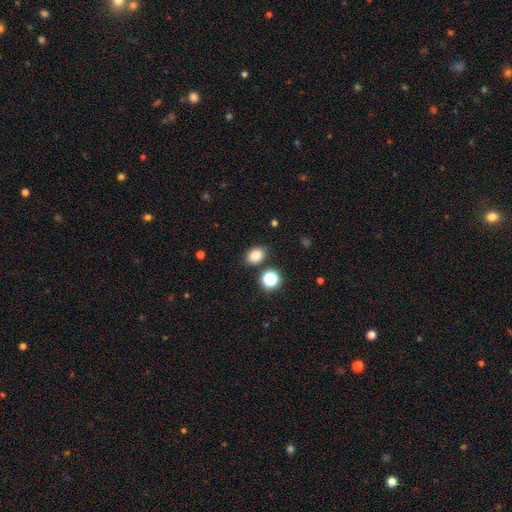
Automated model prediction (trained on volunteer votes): Smooth or featured? Predicted: smooth (p=0.82). How rounded? Predicted: in between (p=0.64). Merging? Predicted: none (p=0.80).